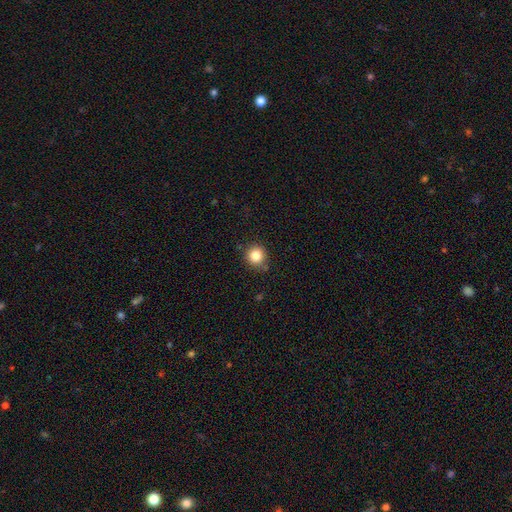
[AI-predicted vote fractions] A smooth galaxy with no disk features (84%) that is round (92%).

Vote fractions:
- Smooth or featured? smooth: 84% / star or artifact: 11% / featured or disk: 5%
- How rounded? round: 92% / in between: 7% / cigar-shaped: 1%
- Merging? none: 84% / minor disturbance: 11% / major disturbance: 3% / merger: 3%